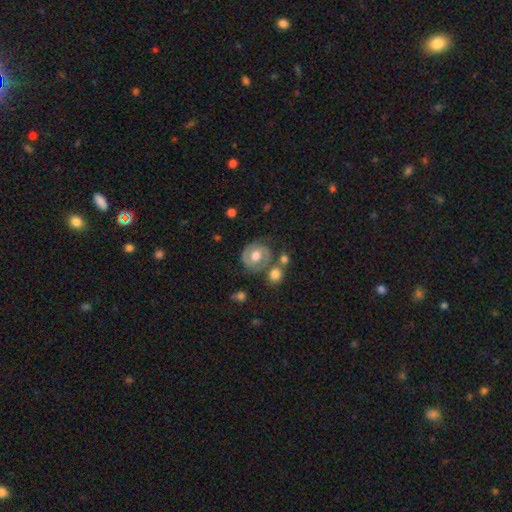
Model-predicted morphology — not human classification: Q: Smooth or featured?
A: featured or disk (68%); runner-up: smooth (26%)
Q: Edge-on disk?
A: no (97%); runner-up: yes (3%)
Q: Bar?
A: no (67%); runner-up: weak (26%)
Q: Spiral arms?
A: yes (81%); runner-up: no (19%)
Q: Spiral winding?
A: tight (57%); runner-up: medium (34%)
Q: Spiral arm count?
A: 2 (82%); runner-up: can't tell (9%)
Q: Bulge size?
A: moderate (68%); runner-up: large (23%)
Q: Merging?
A: none (67%); runner-up: minor disturbance (16%)